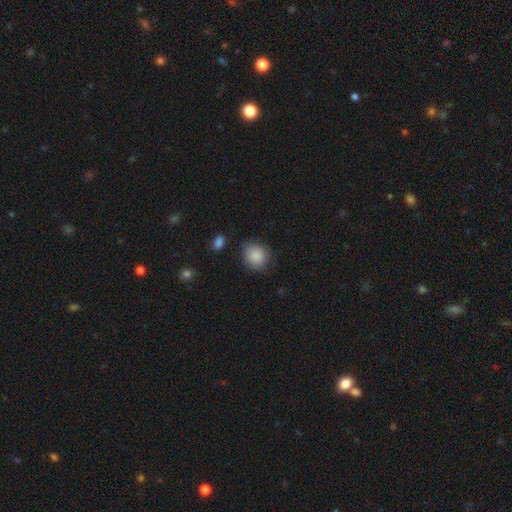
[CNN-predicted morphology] type=smooth (88%); roundness=round (72%); merging=none (77%).